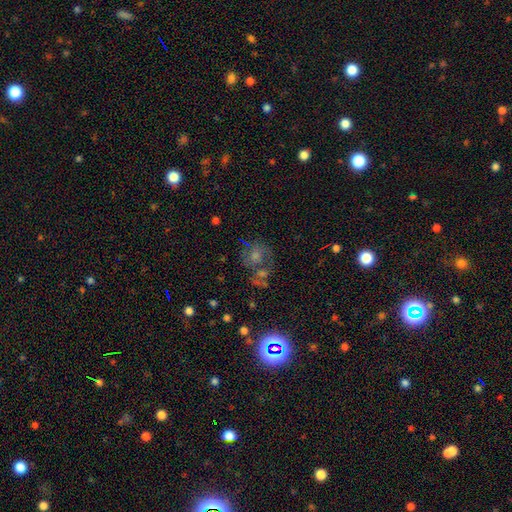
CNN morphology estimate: This is marginally a featured or disk galaxy (38%). Merging: possibly none (57%).